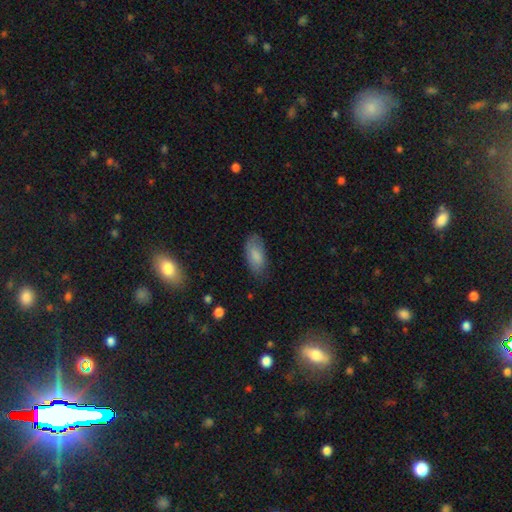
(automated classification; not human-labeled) This appears to be a smooth galaxy with no disk features (81%) that is in between round and cigar-shaped (90%). Merging: none (71%).